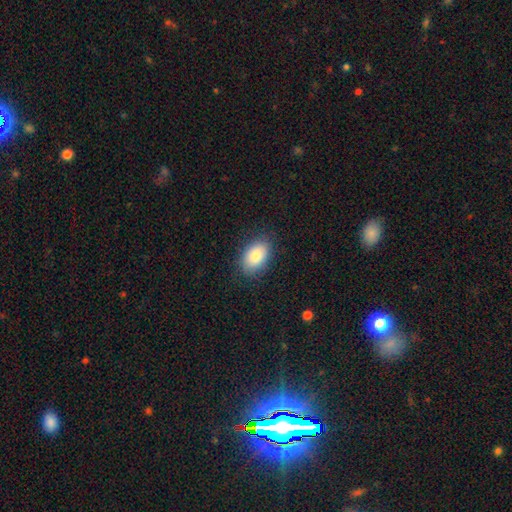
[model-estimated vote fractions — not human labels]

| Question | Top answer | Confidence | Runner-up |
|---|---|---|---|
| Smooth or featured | smooth | 85% | featured or disk (8%) |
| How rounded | in between | 90% | round (9%) |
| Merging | none | 84% | minor disturbance (12%) |